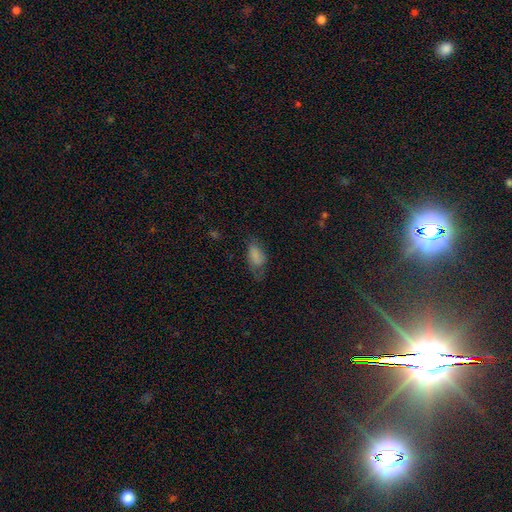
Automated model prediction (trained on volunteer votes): smooth 73%, featured or disk 16%, star or artifact 11%. Down the decision tree: how rounded — in between (91%); merging — none (40%).